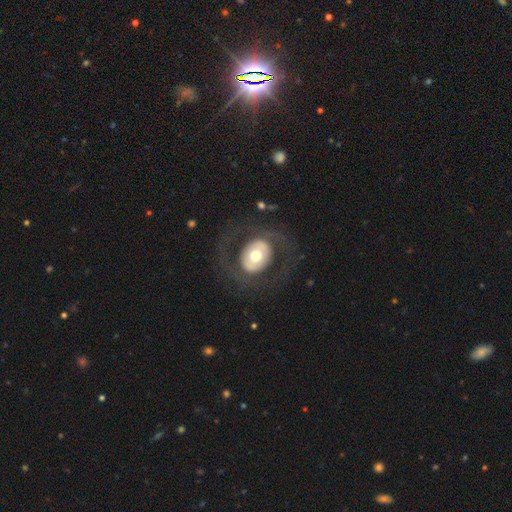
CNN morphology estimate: A featured or disk galaxy (57%) with no bar (71%), no spiral arms (63%) and a moderate central bulge (65%). Merging: none (72%).